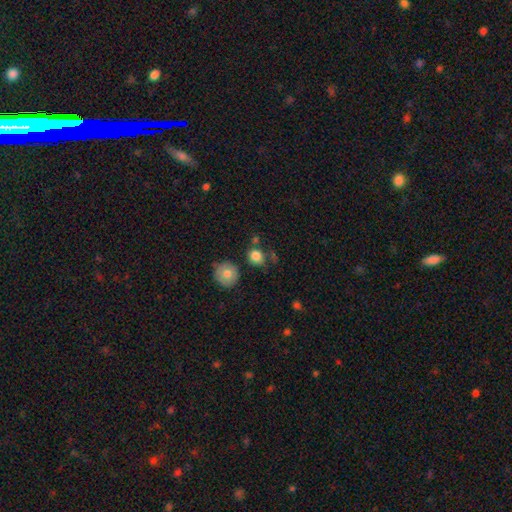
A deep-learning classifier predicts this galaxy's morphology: Smooth or featured? Predicted: smooth (p=0.83). How rounded? Predicted: round (p=0.71). Merging? Predicted: none (p=0.67).